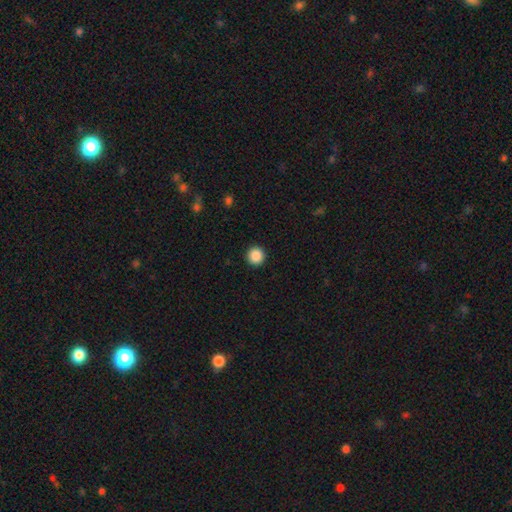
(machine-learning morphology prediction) Q: Smooth or featured?
A: smooth (88%); runner-up: star or artifact (9%)
Q: How rounded?
A: round (95%); runner-up: in between (4%)
Q: Merging?
A: none (93%); runner-up: minor disturbance (4%)